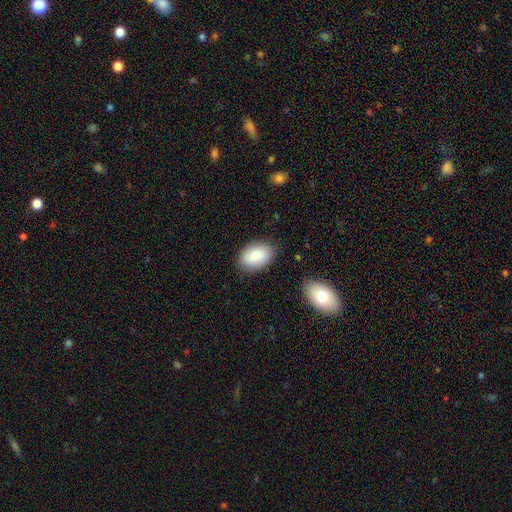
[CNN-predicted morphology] This is clearly a smooth galaxy (86%). How rounded: clearly in between (89%). Merging: clearly none (84%).